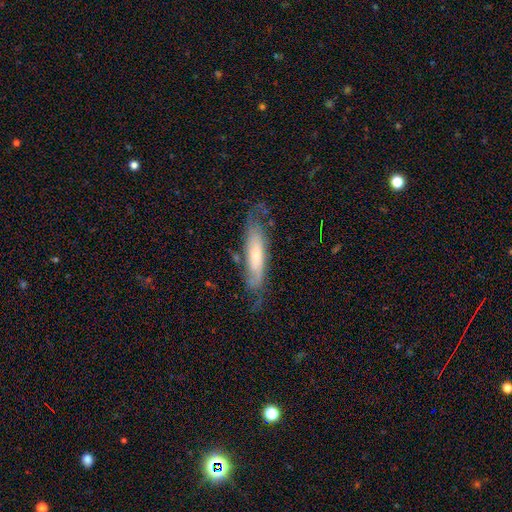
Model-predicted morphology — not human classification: This is possibly a featured or disk galaxy (60%). It is likely not viewed edge-on (65%). Merging: likely none (62%).